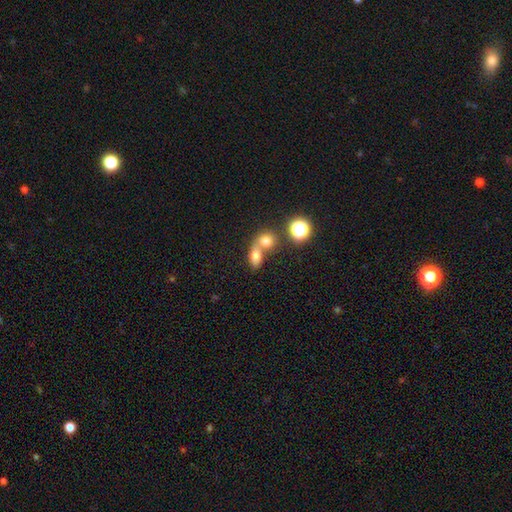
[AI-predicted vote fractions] smooth_or_featured: smooth (p=0.74) [alt: star or artifact p=0.13]
how_rounded: in between (p=0.63) [alt: round p=0.34]
merging: merger (p=0.57) [alt: none p=0.32]